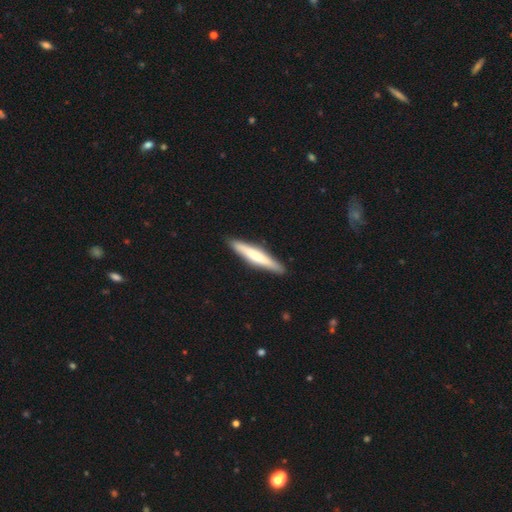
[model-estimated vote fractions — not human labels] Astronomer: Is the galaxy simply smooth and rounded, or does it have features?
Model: smooth — 57% (runner-up: featured or disk, 38%).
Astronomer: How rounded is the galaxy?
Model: cigar-shaped — 92%.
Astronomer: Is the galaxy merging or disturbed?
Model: none — 91%.